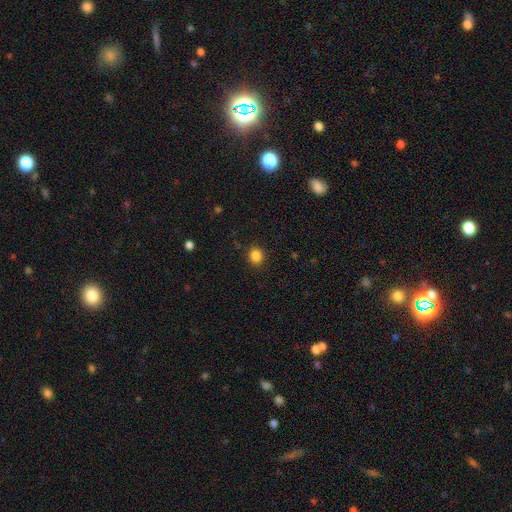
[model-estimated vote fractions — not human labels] Smooth or featured: smooth — 85% (star or artifact — 11%)
How rounded: round — 74% (in between — 25%)
Merging: none — 89% (minor disturbance — 8%)